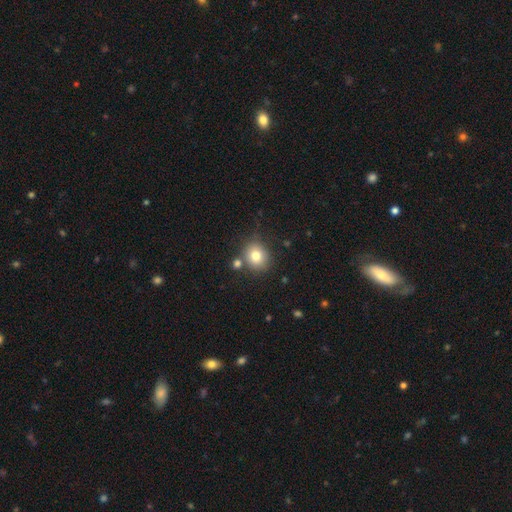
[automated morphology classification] smooth_or_featured: smooth (p=0.79) [alt: star or artifact p=0.11]
how_rounded: round (p=0.77) [alt: in between p=0.22]
merging: none (p=0.73) [alt: merger p=0.12]